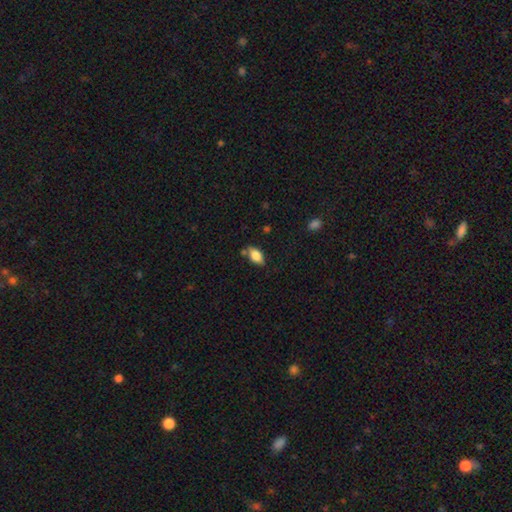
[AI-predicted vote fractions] Smooth or featured? Predicted: smooth (p=0.81). How rounded? Predicted: in between (p=0.89). Merging? Predicted: none (p=0.70).